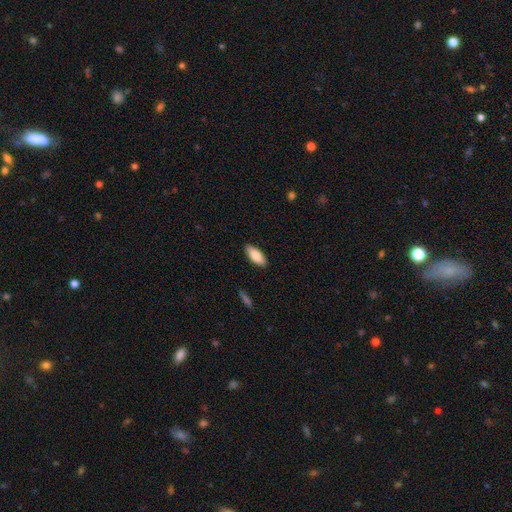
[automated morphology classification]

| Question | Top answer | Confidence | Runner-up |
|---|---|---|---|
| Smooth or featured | smooth | 85% | featured or disk (9%) |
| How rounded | in between | 81% | cigar-shaped (17%) |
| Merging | none | 88% | minor disturbance (9%) |